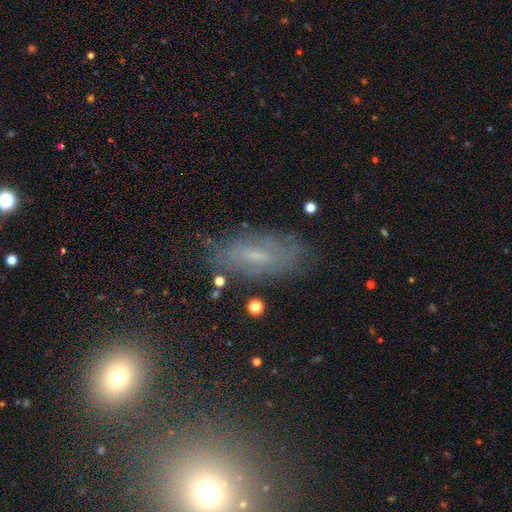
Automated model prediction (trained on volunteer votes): Q: Smooth or featured?
A: featured or disk (46%); runner-up: smooth (38%)
Q: Merging?
A: none (69%); runner-up: minor disturbance (21%)